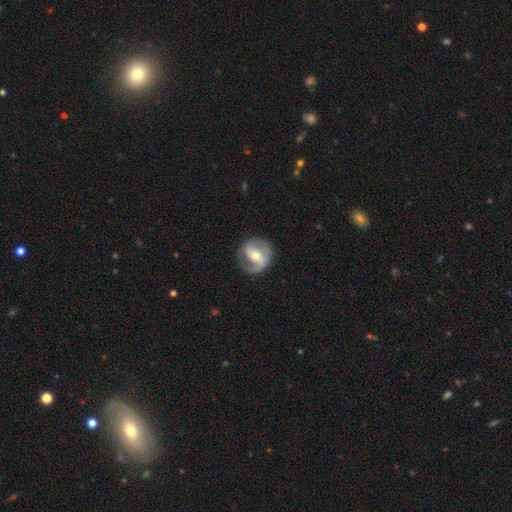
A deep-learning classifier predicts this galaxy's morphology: The model was most divided on "bar": weak: 39%, strong: 34%, no: 26%. Remaining: edge-on disk — no (97%); spiral arms — yes (91%); spiral arm count — 2 (81%); smooth or featured — featured or disk (80%); merging — none (75%); bulge size — moderate (59%); spiral winding — medium (46%).